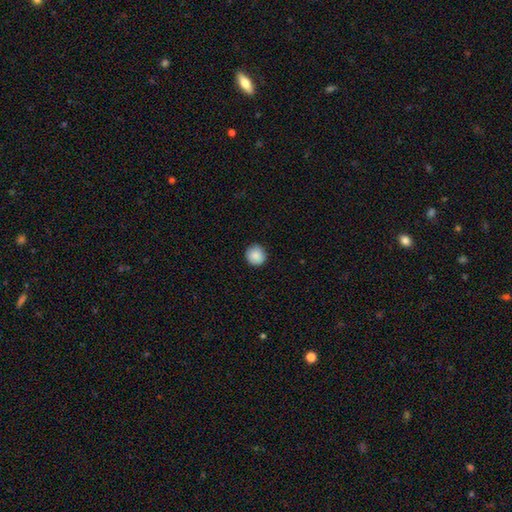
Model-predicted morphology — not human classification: Smooth or featured: smooth — 88% (star or artifact — 8%)
How rounded: round — 92% (in between — 7%)
Merging: none — 89% (minor disturbance — 8%)